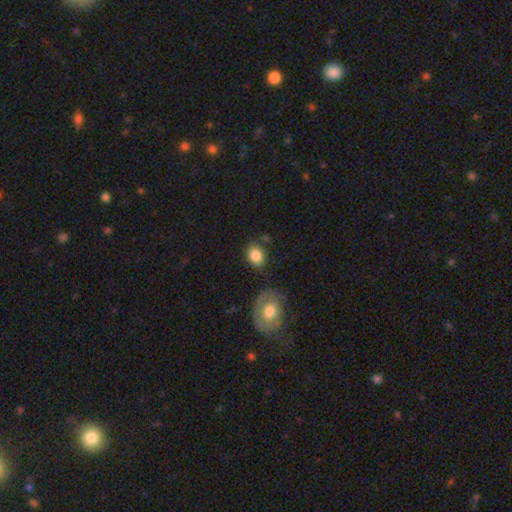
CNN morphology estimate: smooth 85%, star or artifact 8%, featured or disk 7%. Down the decision tree: how rounded — in between (50%); merging — none (76%).